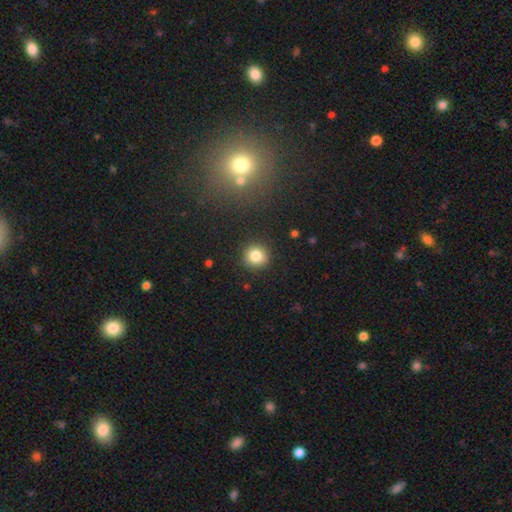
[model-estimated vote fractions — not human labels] smooth_or_featured: smooth (p=0.83) [alt: star or artifact p=0.11]
how_rounded: round (p=0.92) [alt: in between p=0.07]
merging: none (p=0.91) [alt: minor disturbance p=0.06]